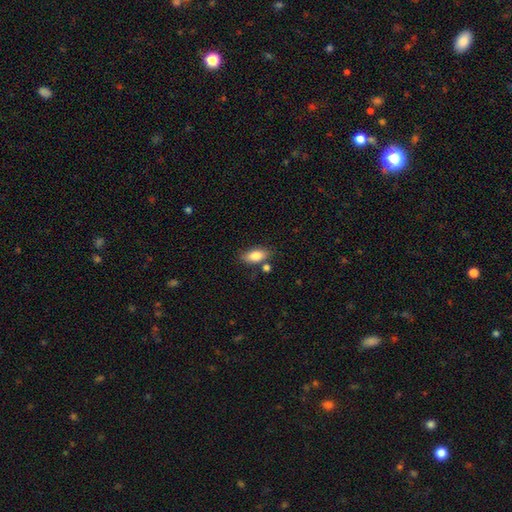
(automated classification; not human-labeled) This appears to be a smooth galaxy with no disk features (82%) that is in between round and cigar-shaped (87%). Merging: none (73%).